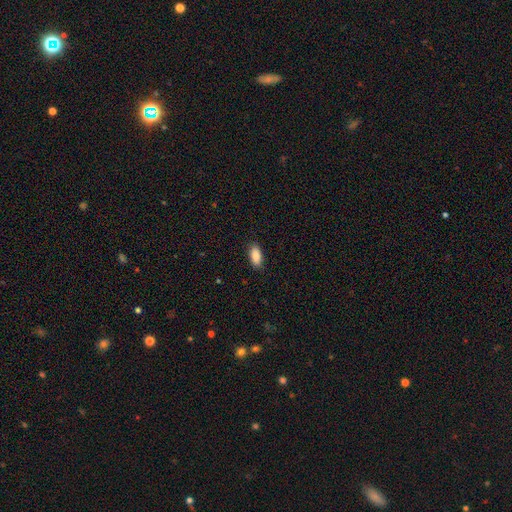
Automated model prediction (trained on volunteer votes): Smooth or featured?
  - smooth: 90% *
  - star or artifact: 6%
  - featured or disk: 4%
How rounded?
  - in between: 88% *
  - cigar-shaped: 10%
  - round: 2%
Merging?
  - none: 88% *
  - minor disturbance: 9%
  - major disturbance: 2%
  - merger: 1%